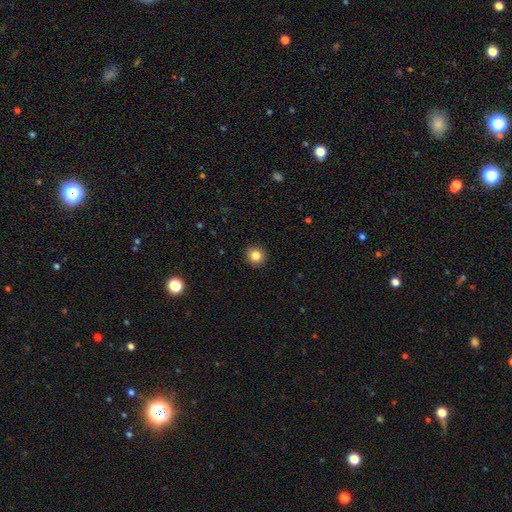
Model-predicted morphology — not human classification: Smooth or featured?
  - smooth: 84% *
  - star or artifact: 10%
  - featured or disk: 5%
How rounded?
  - round: 92% *
  - in between: 7%
  - cigar-shaped: 1%
Merging?
  - none: 92% *
  - minor disturbance: 5%
  - major disturbance: 2%
  - merger: 1%